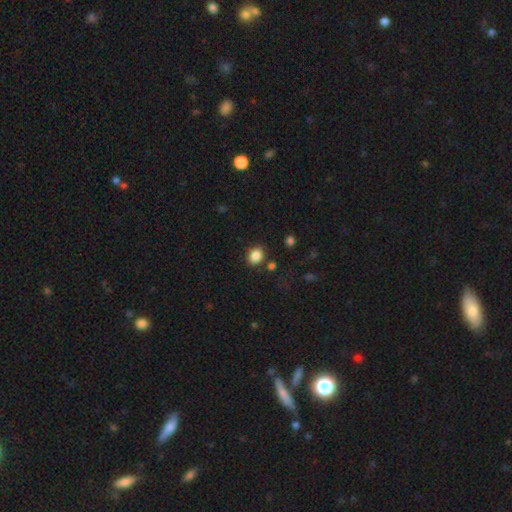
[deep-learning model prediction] Morphology: type=smooth (86%); roundness=in between (51%); merging=none (82%).